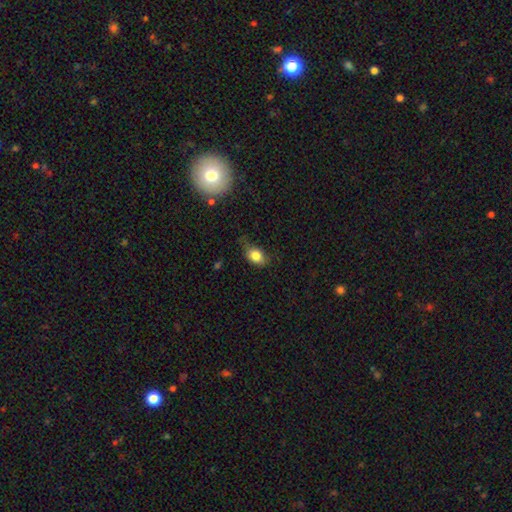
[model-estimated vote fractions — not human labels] Overall: smooth (81%). How rounded: in between (72%). Merging: none (57%; minor disturbance 31%).